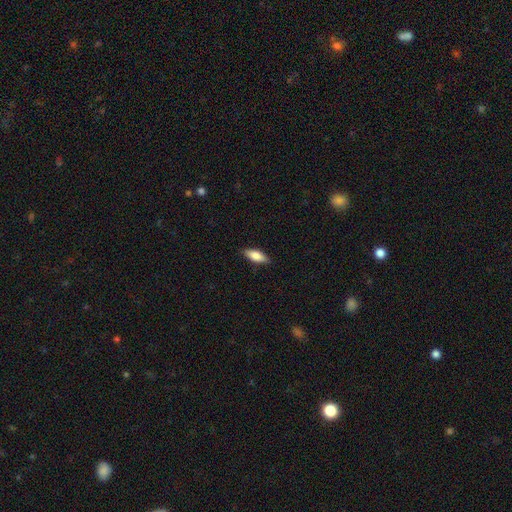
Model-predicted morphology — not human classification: Smooth or featured?
  - smooth: 79% *
  - featured or disk: 15%
  - star or artifact: 6%
How rounded?
  - in between: 69% *
  - cigar-shaped: 29%
  - round: 2%
Merging?
  - none: 87% *
  - minor disturbance: 10%
  - major disturbance: 2%
  - merger: 1%